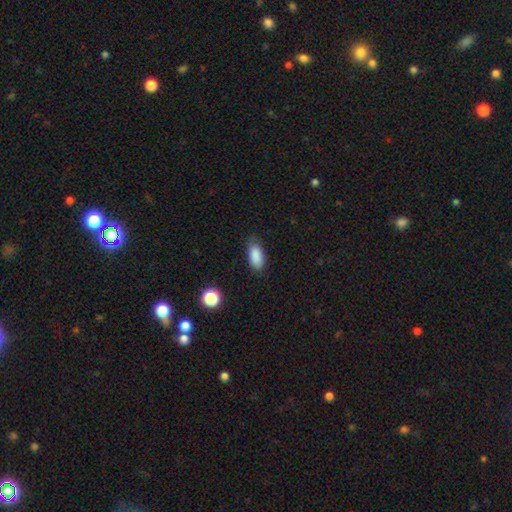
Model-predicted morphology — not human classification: Smooth or featured? Predicted: smooth (p=0.88). How rounded? Predicted: in between (p=0.90). Merging? Predicted: none (p=0.77).